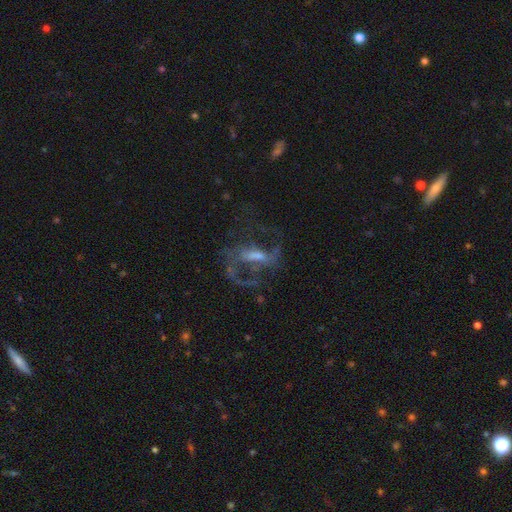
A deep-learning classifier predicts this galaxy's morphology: The model was most divided on "bulge size": small: 36%, moderate: 35%, none: 19%, large: 7%, dominant: 2%. Remaining: edge-on disk — no (94%); spiral arms — yes (85%); smooth or featured — featured or disk (79%); spiral arm count — 2 (73%); merging — none (52%); spiral winding — loose (49%); bar — weak (42%).